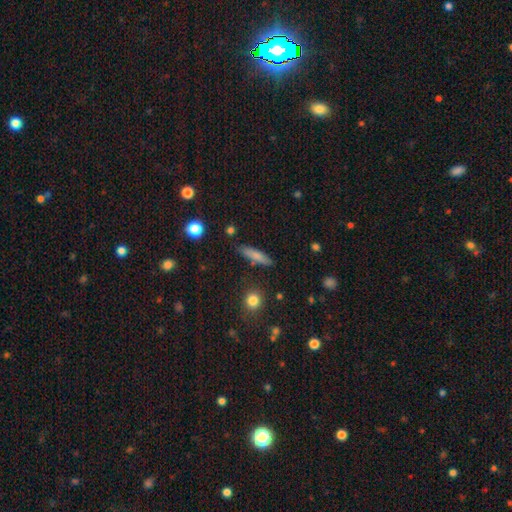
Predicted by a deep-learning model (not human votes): This is likely a smooth galaxy (75%). How rounded: likely cigar-shaped (77%). Merging: clearly none (83%).